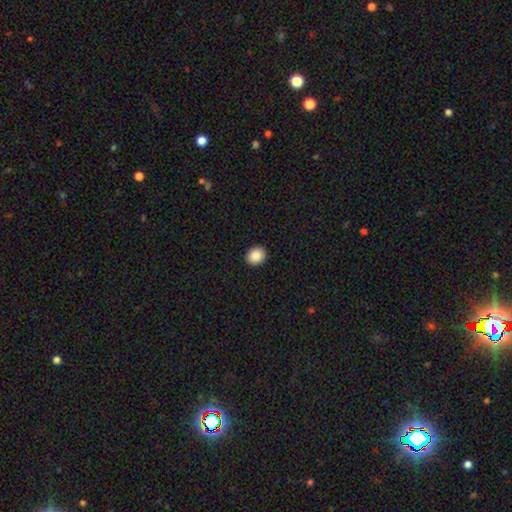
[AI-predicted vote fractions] A smooth galaxy with no disk features (89%) that is round (60%).

Vote fractions:
- Smooth or featured? smooth: 89% / star or artifact: 8% / featured or disk: 3%
- How rounded? round: 60% / in between: 39% / cigar-shaped: 1%
- Merging? none: 92% / minor disturbance: 5% / major disturbance: 2% / merger: 1%